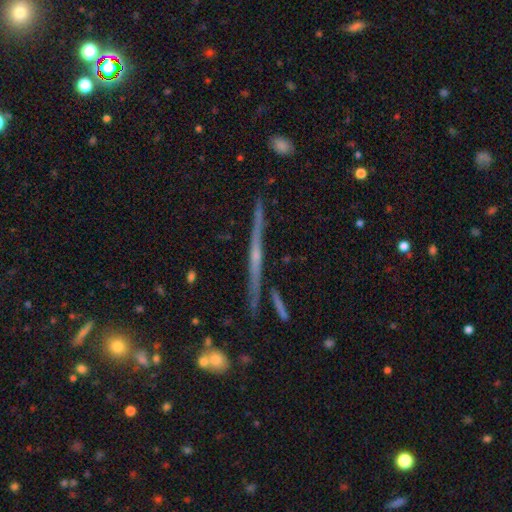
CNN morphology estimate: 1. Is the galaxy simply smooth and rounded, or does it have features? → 77% featured or disk, 13% smooth, 9% star or artifact.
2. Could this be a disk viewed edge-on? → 98% yes, 2% no.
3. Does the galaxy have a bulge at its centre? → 58% rounded, 34% none, 8% boxy.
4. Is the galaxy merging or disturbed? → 87% none, 8% minor disturbance, 3% merger, 2% major disturbance.